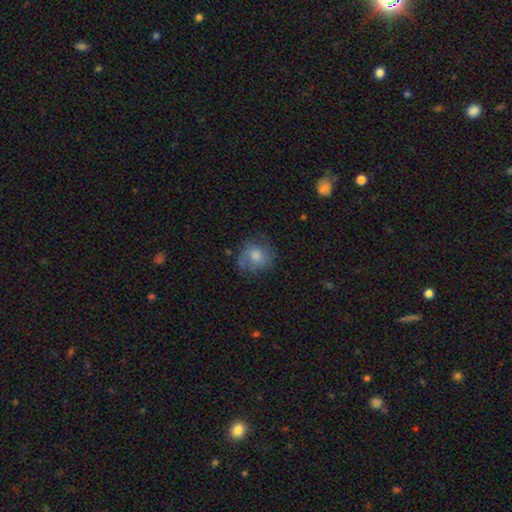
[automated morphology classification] Overall: smooth (58%; featured or disk 33%). How rounded: round (76%). Merging: none (62%; minor disturbance 24%).